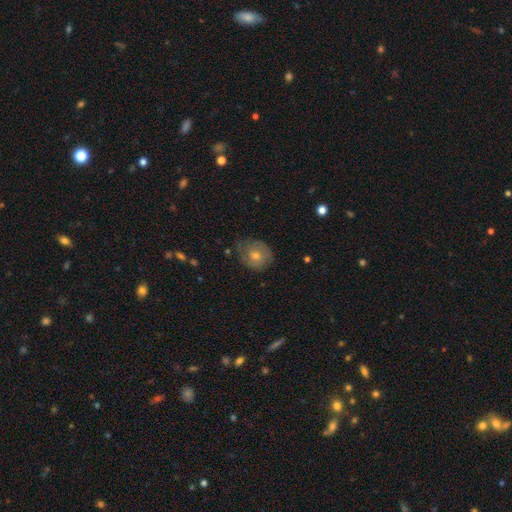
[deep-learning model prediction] A featured or disk galaxy (58%) with no bar (77%), spiral arms (79%) and a moderate central bulge (63%).

Vote fractions:
- Smooth or featured? featured or disk: 58% / smooth: 31% / star or artifact: 11%
- Edge-on disk? no: 96% / yes: 4%
- Bar? no: 77% / weak: 20% / strong: 3%
- Spiral arms? yes: 79% / no: 21%
- Bulge size? moderate: 63% / small: 32% / large: 3% / none: 1% / dominant: 1%
- Merging? none: 71% / minor disturbance: 20% / major disturbance: 7% / merger: 1%